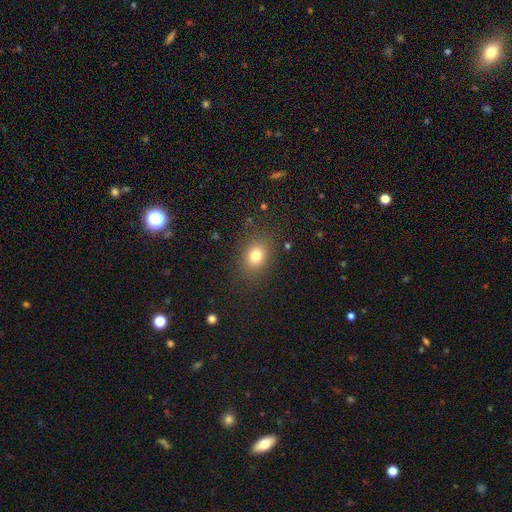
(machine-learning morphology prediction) A smooth galaxy with no disk features (78%) that is in between round and cigar-shaped (57%).

Vote fractions:
- Smooth or featured? smooth: 78% / star or artifact: 13% / featured or disk: 9%
- How rounded? in between: 57% / round: 41% / cigar-shaped: 1%
- Merging? none: 84% / minor disturbance: 10% / major disturbance: 4% / merger: 1%